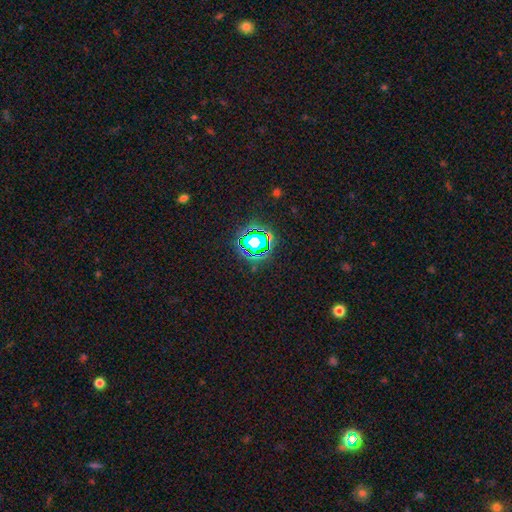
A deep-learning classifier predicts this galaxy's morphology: type=star or artifact (79%).